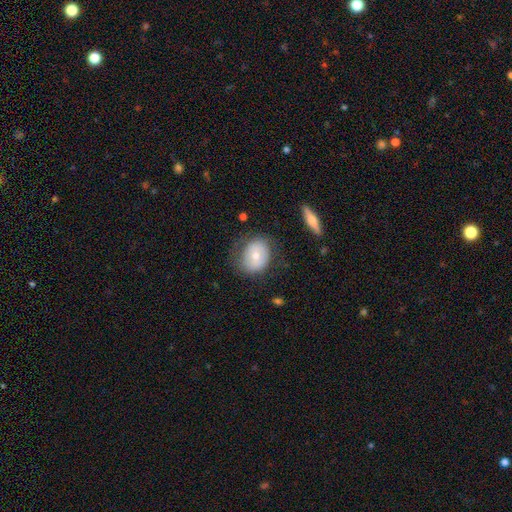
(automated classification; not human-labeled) This is likely a smooth galaxy (62%). How rounded: possibly round (56%). Merging: likely none (68%).